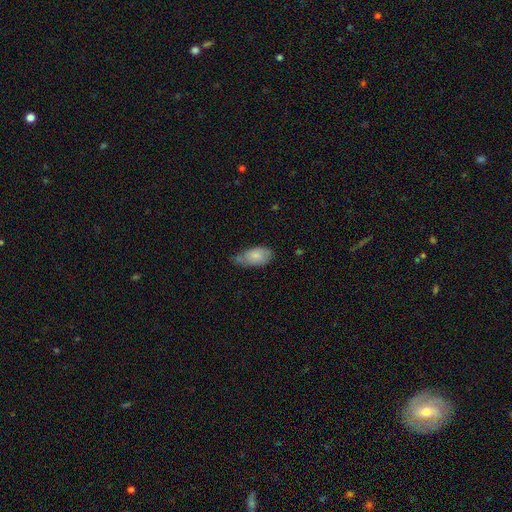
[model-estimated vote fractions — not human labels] Smooth or featured? smooth (73%)
How rounded? in between (92%)
Merging? none (48%)